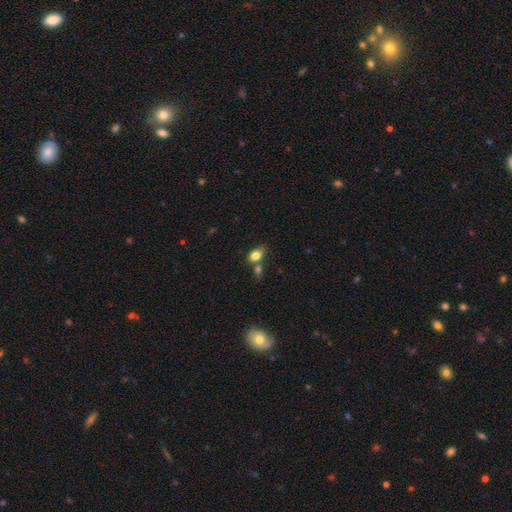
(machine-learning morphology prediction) A smooth galaxy with no disk features (80%) that is in between round and cigar-shaped (79%).

Vote fractions:
- Smooth or featured? smooth: 80% / featured or disk: 10% / star or artifact: 10%
- How rounded? in between: 79% / round: 18% / cigar-shaped: 3%
- Merging? none: 51% / merger: 27% / minor disturbance: 17% / major disturbance: 6%